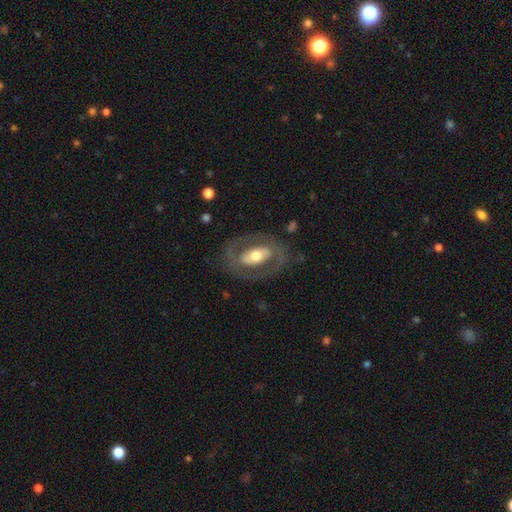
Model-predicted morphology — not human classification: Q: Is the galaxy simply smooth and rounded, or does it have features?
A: featured or disk — 63%.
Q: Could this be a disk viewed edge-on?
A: no — 92%.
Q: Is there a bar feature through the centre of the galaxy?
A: no — 45%.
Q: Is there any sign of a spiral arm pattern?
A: no — 65%.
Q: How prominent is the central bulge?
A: moderate — 62%.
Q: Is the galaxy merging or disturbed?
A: none — 76%.